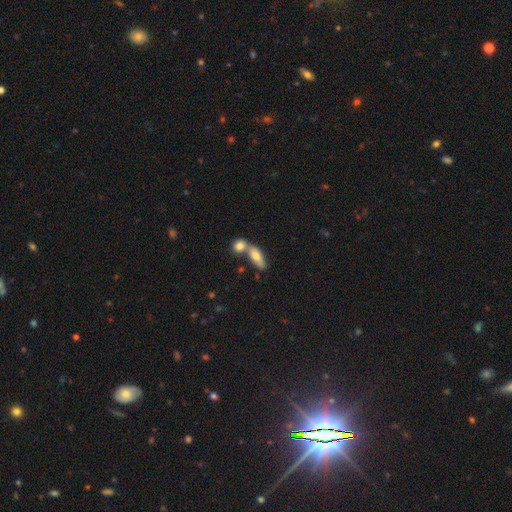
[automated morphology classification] A smooth galaxy with no disk features (72%) that is in between round and cigar-shaped (73%).

Vote fractions:
- Smooth or featured? smooth: 72% / featured or disk: 20% / star or artifact: 7%
- How rounded? in between: 73% / cigar-shaped: 22% / round: 5%
- Merging? merger: 48% / none: 40% / minor disturbance: 9% / major disturbance: 3%